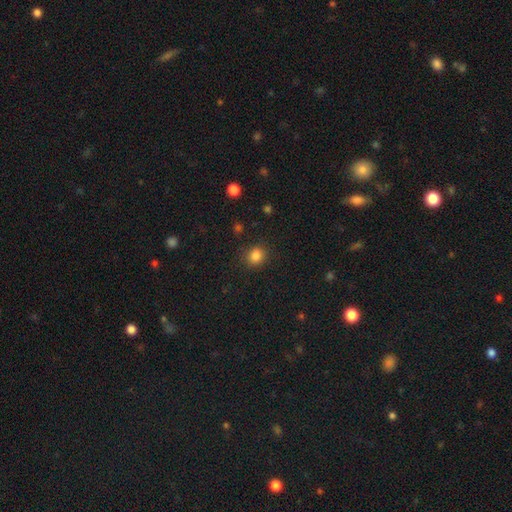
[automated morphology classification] Smooth or featured? Predicted: smooth (p=0.84). How rounded? Predicted: round (p=0.77). Merging? Predicted: none (p=0.85).